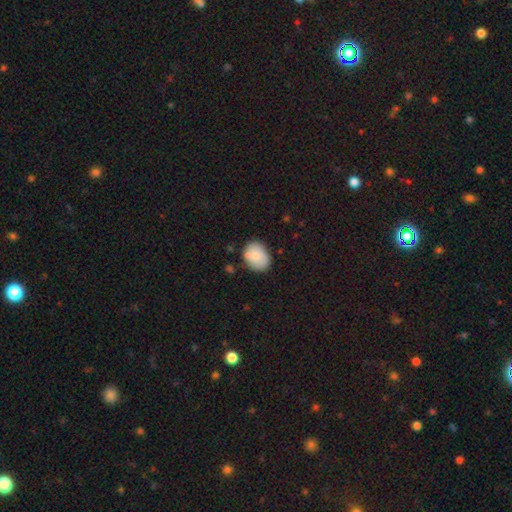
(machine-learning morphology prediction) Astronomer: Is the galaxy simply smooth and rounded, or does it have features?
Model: smooth — 83%.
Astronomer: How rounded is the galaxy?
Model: in between — 58% (runner-up: round, 41%).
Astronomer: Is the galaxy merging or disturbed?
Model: none — 73%.